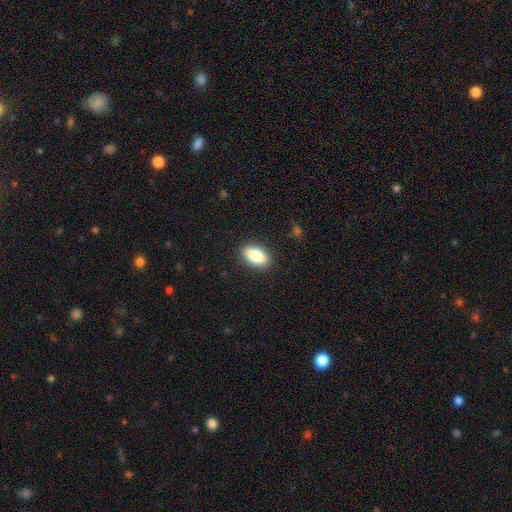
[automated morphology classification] Smooth or featured? smooth (81%)
How rounded? in between (88%)
Merging? none (88%)